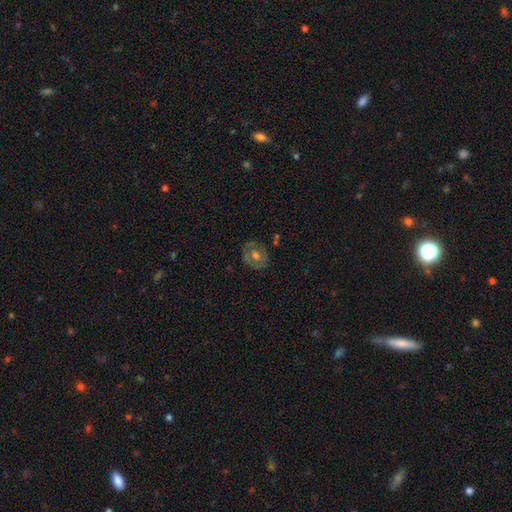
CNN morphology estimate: Smooth or featured? featured or disk (55%)
Edge-on disk? no (96%)
Bar? no (70%)
Spiral arms? no (59%)
Bulge size? moderate (70%)
Merging? none (78%)